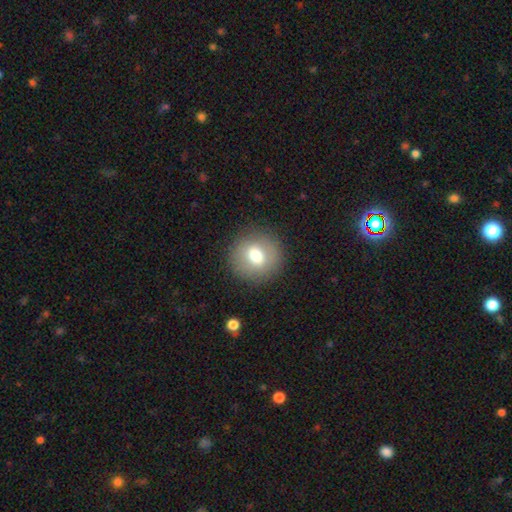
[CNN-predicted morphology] Q: Smooth or featured?
A: smooth (70%); runner-up: featured or disk (20%)
Q: How rounded?
A: round (89%); runner-up: in between (10%)
Q: Merging?
A: none (88%); runner-up: minor disturbance (8%)